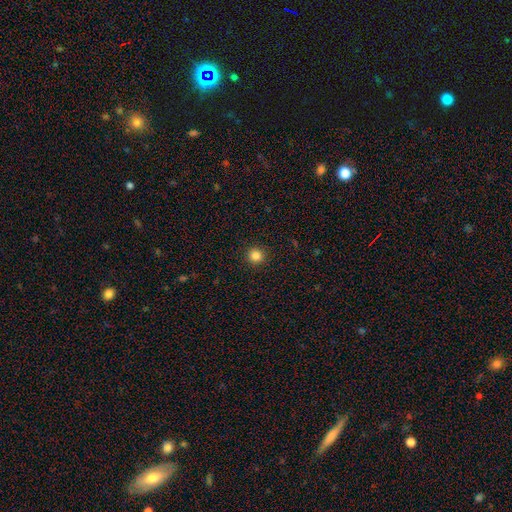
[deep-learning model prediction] Overall: smooth (83%). How rounded: round (95%). Merging: none (93%).